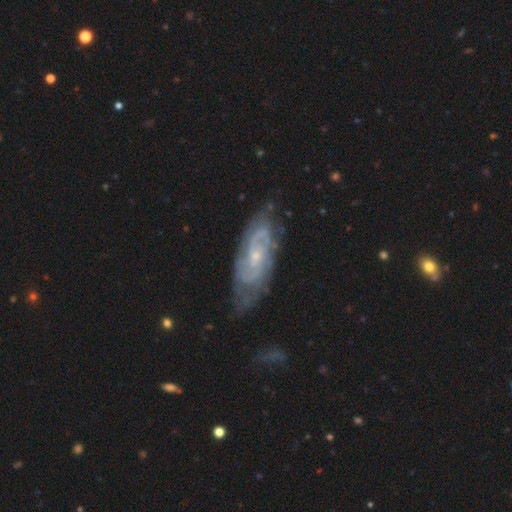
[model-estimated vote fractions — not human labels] Smooth or featured: featured or disk — 82% (smooth — 12%)
Edge-on disk: no — 90% (yes — 10%)
Bar: no — 60% (weak — 33%)
Spiral arms: yes — 93% (no — 7%)
Spiral winding: tight — 58% (medium — 34%)
Spiral arm count: 2 — 45% (can't tell — 33%)
Bulge size: small — 68% (moderate — 26%)
Merging: none — 70% (minor disturbance — 21%)